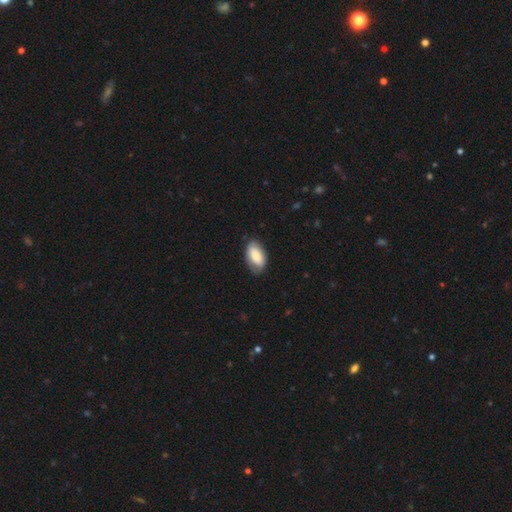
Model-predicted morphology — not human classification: A smooth galaxy with no disk features (77%) that is in between round and cigar-shaped (94%).

Vote fractions:
- Smooth or featured? smooth: 77% / featured or disk: 17% / star or artifact: 6%
- How rounded? in between: 94% / round: 4% / cigar-shaped: 3%
- Merging? none: 71% / minor disturbance: 23% / major disturbance: 5% / merger: 1%